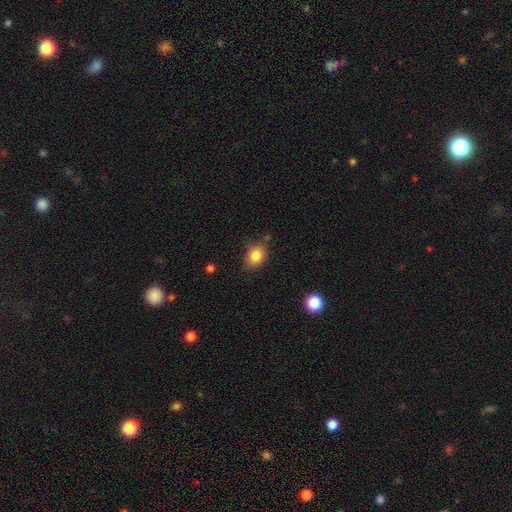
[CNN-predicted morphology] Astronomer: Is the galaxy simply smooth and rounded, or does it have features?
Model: smooth — 84%.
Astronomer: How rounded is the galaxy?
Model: in between — 63%.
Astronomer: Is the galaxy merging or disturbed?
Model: none — 74%.